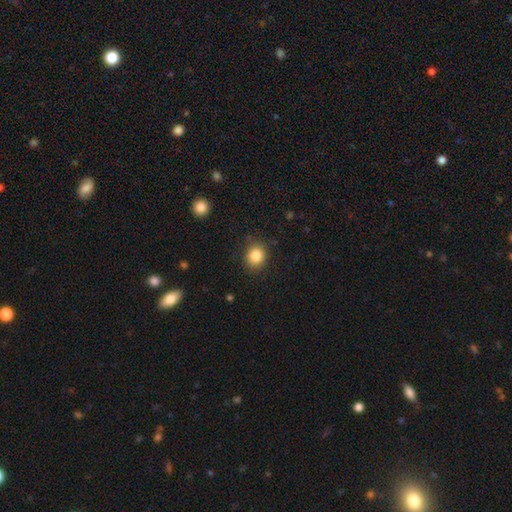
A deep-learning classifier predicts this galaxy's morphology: Smooth or featured? Predicted: smooth (p=0.85). How rounded? Predicted: round (p=0.72). Merging? Predicted: none (p=0.85).